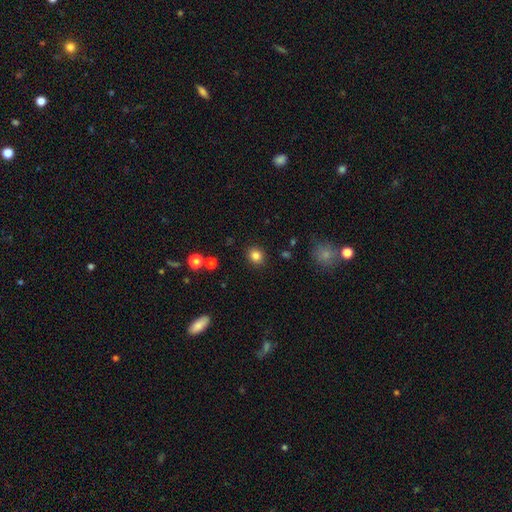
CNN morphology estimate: A smooth galaxy with no disk features (84%) that is round (76%).

Vote fractions:
- Smooth or featured? smooth: 84% / star or artifact: 11% / featured or disk: 5%
- How rounded? round: 76% / in between: 23% / cigar-shaped: 1%
- Merging? none: 89% / minor disturbance: 7% / major disturbance: 2% / merger: 2%